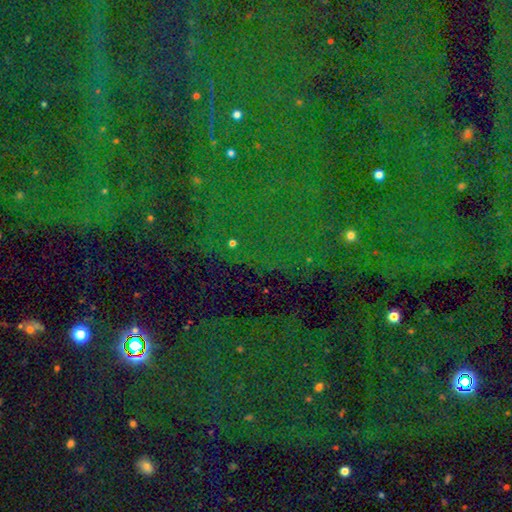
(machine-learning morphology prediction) Smooth or featured: star or artifact — 83% (smooth — 10%)